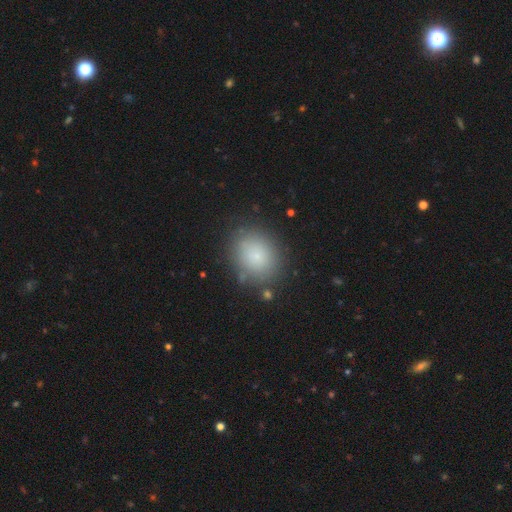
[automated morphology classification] A smooth galaxy with no disk features (79%) that is round (64%). Merging: none (81%).